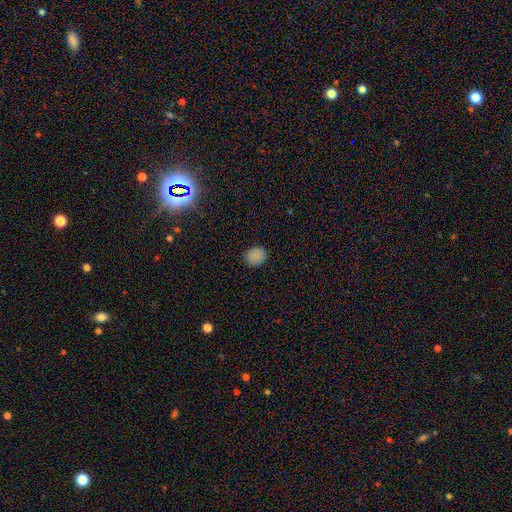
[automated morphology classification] A smooth galaxy with no disk features (84%) that is round (63%). Merging: none (88%).